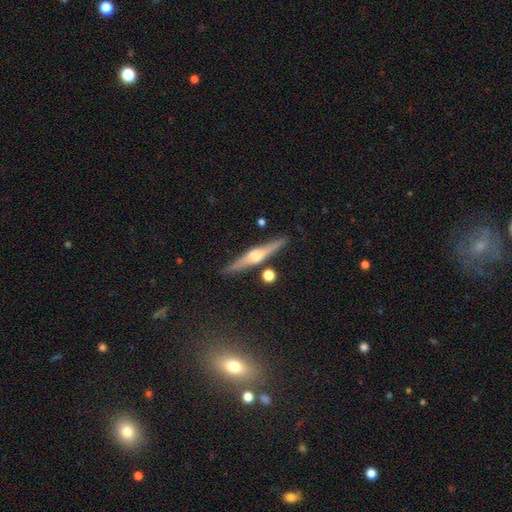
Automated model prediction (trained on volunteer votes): This is likely a featured or disk galaxy (76%). It is clearly viewed edge-on (98%). Edge-on bulge: clearly rounded (90%). Merging: clearly none (88%).